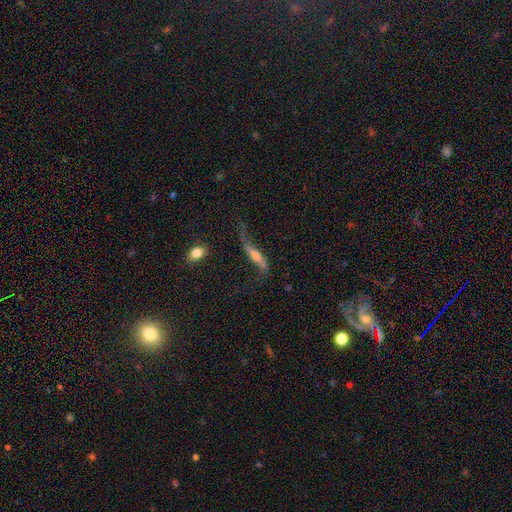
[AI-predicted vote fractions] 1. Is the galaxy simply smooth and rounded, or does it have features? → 68% featured or disk, 24% smooth, 8% star or artifact.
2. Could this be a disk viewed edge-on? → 57% yes, 43% no.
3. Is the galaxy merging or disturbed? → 44% none, 29% major disturbance, 23% minor disturbance, 4% merger.